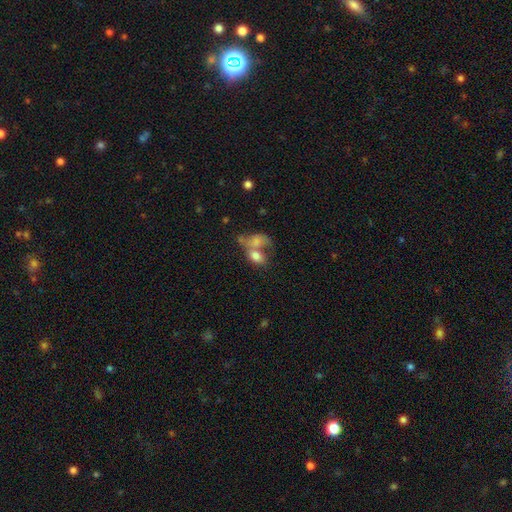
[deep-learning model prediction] Morphology: type=smooth (72%); roundness=in between (80%); merging=merger (61%).